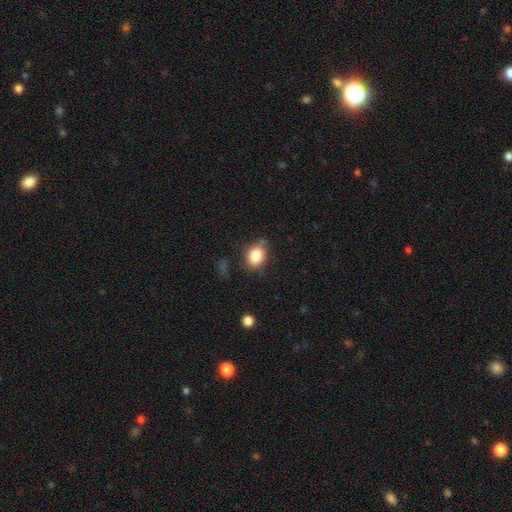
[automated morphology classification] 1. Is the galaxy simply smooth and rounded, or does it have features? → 84% smooth, 9% star or artifact, 7% featured or disk.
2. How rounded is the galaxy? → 55% in between, 44% round, 1% cigar-shaped.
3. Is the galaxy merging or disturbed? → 73% none, 18% minor disturbance, 5% major disturbance, 3% merger.